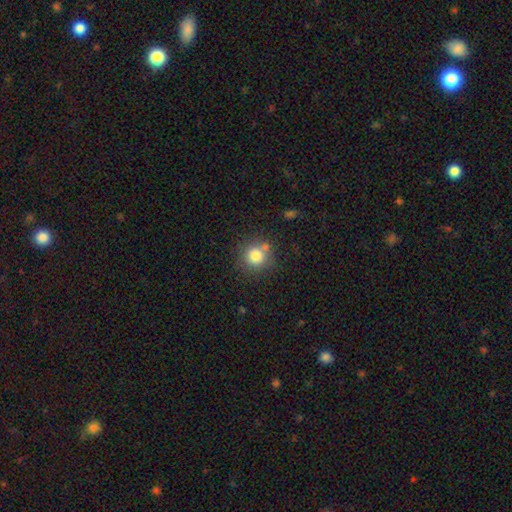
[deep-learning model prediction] This appears to be a smooth galaxy with no disk features (80%) that is round (91%). Merging: none (70%).